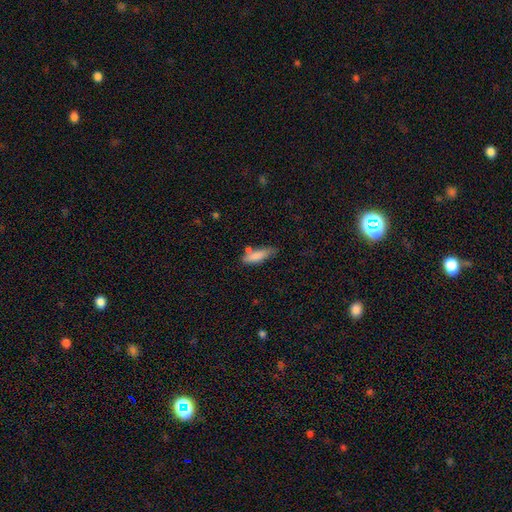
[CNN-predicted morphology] A smooth galaxy with no disk features (81%) that is cigar-shaped (55%).

Vote fractions:
- Smooth or featured? smooth: 81% / featured or disk: 12% / star or artifact: 7%
- How rounded? cigar-shaped: 55% / in between: 43% / round: 2%
- Merging? none: 58% / minor disturbance: 24% / merger: 12% / major disturbance: 6%